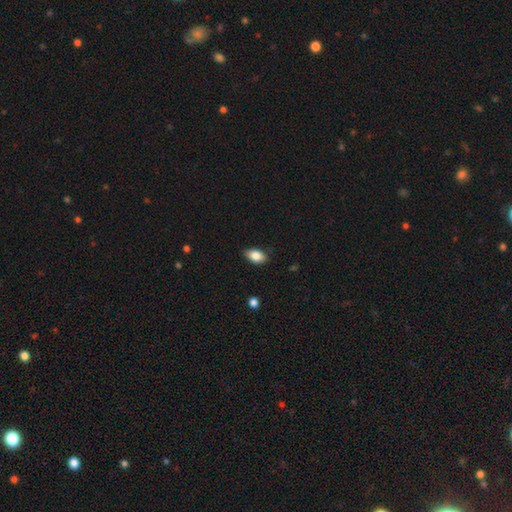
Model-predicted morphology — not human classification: Smooth or featured? smooth (83%)
How rounded? in between (89%)
Merging? none (82%)